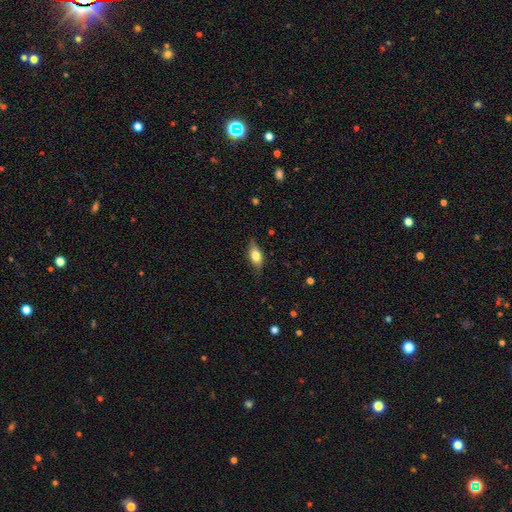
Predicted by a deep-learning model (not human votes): Smooth or featured: smooth — 73% (featured or disk — 20%)
How rounded: in between — 83% (cigar-shaped — 12%)
Merging: none — 76% (minor disturbance — 19%)